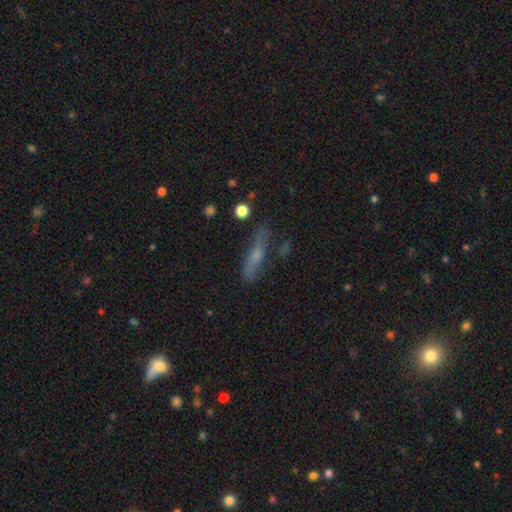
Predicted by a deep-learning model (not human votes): Overall: featured or disk (45%; smooth 35%). Merging: none (69%).